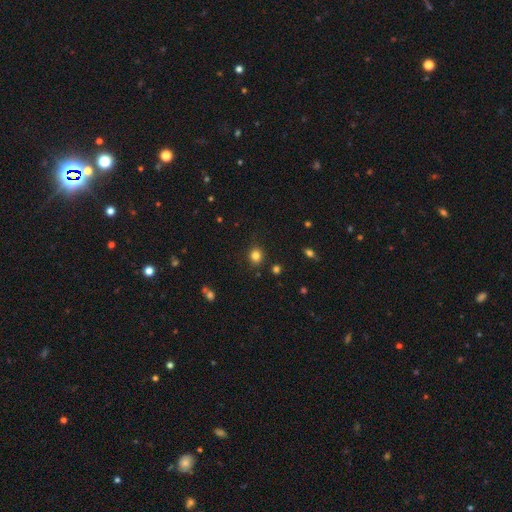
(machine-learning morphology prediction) Q: Smooth or featured?
A: smooth (82%); runner-up: star or artifact (13%)
Q: How rounded?
A: round (74%); runner-up: in between (25%)
Q: Merging?
A: none (87%); runner-up: minor disturbance (8%)